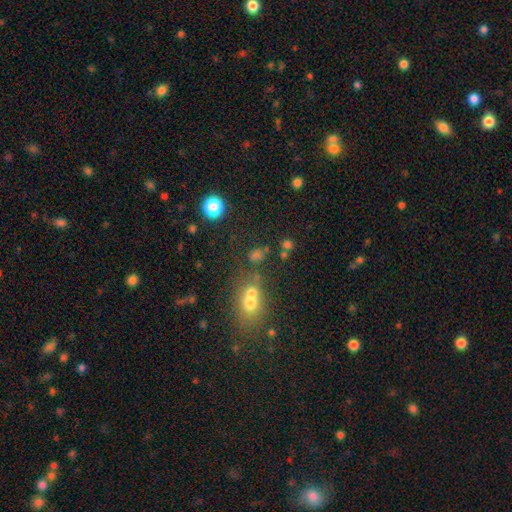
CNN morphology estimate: This is likely a smooth galaxy (60%). How rounded: possibly round (59%). Merging: marginally none (44%).